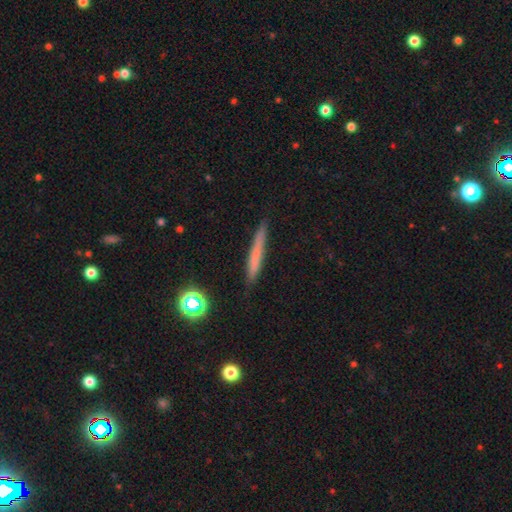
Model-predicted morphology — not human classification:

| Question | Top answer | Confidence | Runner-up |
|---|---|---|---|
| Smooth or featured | smooth | 63% | featured or disk (28%) |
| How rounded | cigar-shaped | 95% | in between (3%) |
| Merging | none | 88% | minor disturbance (9%) |